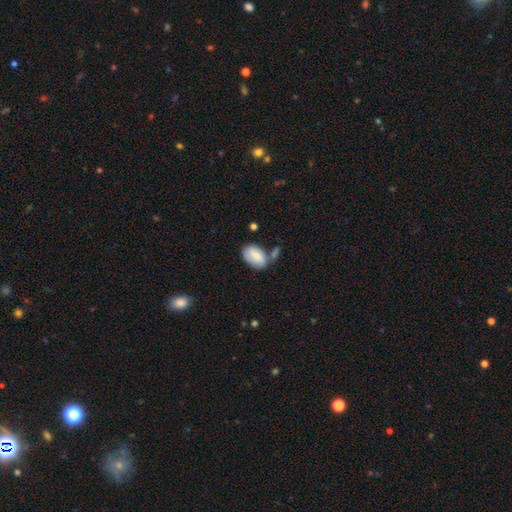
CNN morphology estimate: smooth-or-featured: smooth: 77% | featured or disk: 16% | star or artifact: 7%
  how-rounded: in between: 91% | round: 8% | cigar-shaped: 2%
  merging: none: 46% | minor disturbance: 24% | merger: 22% | major disturbance: 8%